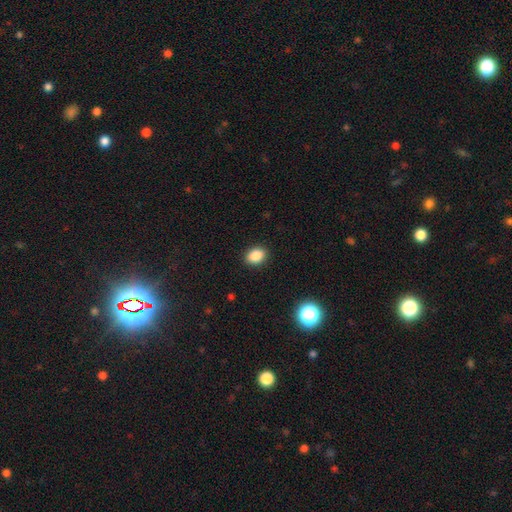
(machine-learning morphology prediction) Smooth or featured: smooth — 86% (star or artifact — 10%)
How rounded: in between — 68% (round — 31%)
Merging: none — 90% (minor disturbance — 7%)